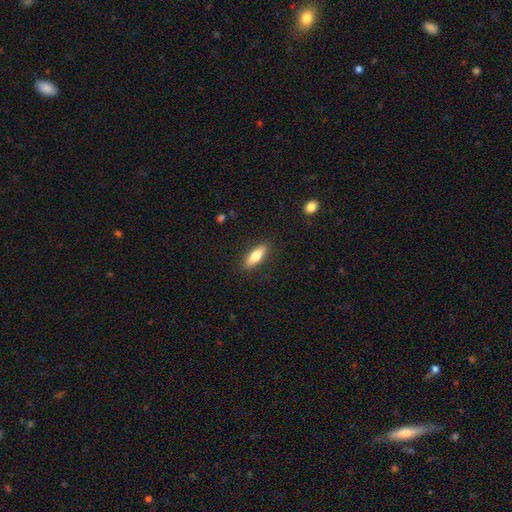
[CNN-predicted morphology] type=smooth (72%); roundness=in between (57%); merging=none (88%).